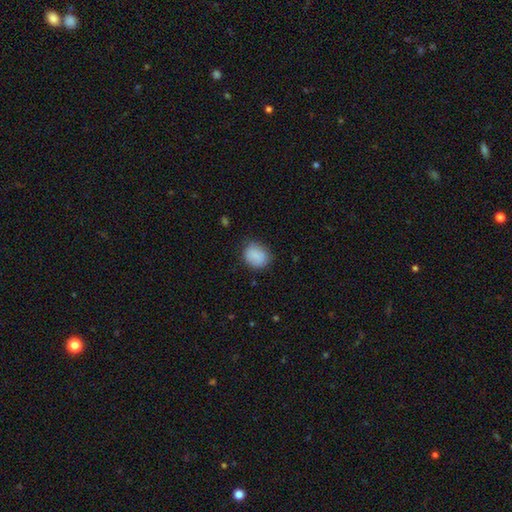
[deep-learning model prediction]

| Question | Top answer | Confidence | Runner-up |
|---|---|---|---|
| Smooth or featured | smooth | 87% | star or artifact (7%) |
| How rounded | round | 55% | in between (44%) |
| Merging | none | 76% | minor disturbance (18%) |